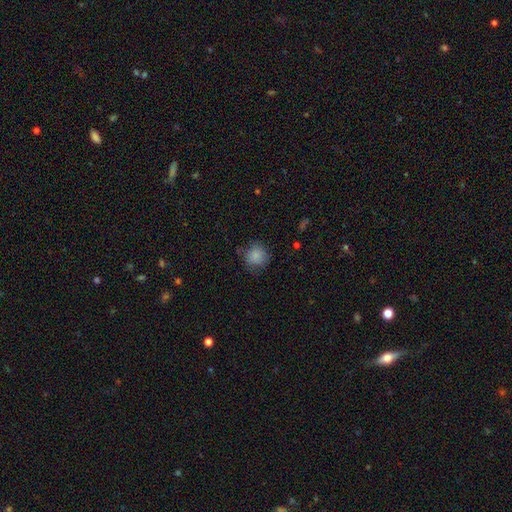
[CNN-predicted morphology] smooth_or_featured: smooth (p=0.84) [alt: star or artifact p=0.10]
how_rounded: round (p=0.88) [alt: in between p=0.11]
merging: none (p=0.75) [alt: minor disturbance p=0.18]